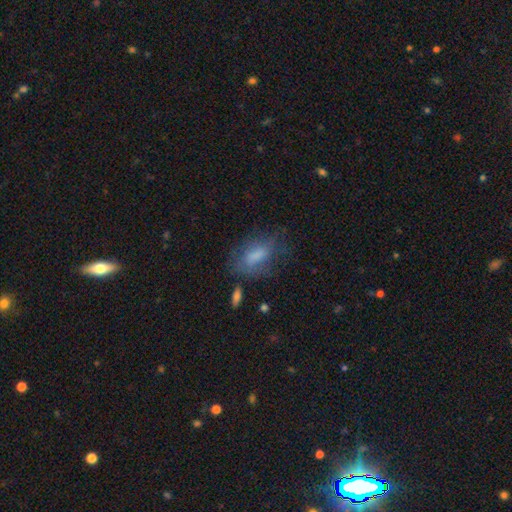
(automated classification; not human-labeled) Smooth or featured?
  - smooth: 69% *
  - featured or disk: 22%
  - star or artifact: 10%
How rounded?
  - in between: 81% *
  - cigar-shaped: 12%
  - round: 6%
Merging?
  - none: 56% *
  - minor disturbance: 24%
  - major disturbance: 16%
  - merger: 4%